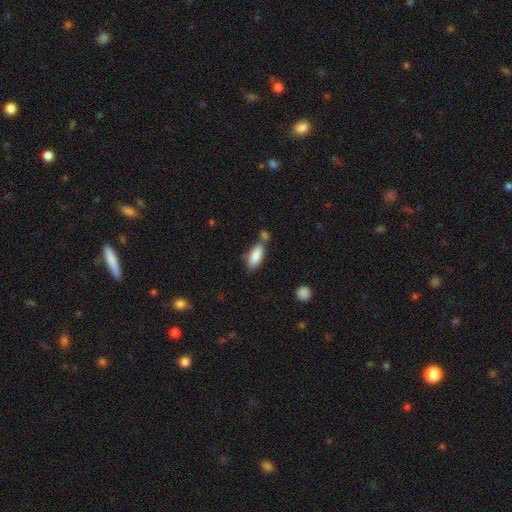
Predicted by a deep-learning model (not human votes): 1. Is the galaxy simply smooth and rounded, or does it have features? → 86% smooth, 7% featured or disk, 6% star or artifact.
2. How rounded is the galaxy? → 80% in between, 18% cigar-shaped, 2% round.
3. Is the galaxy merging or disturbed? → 57% none, 23% merger, 15% minor disturbance, 4% major disturbance.